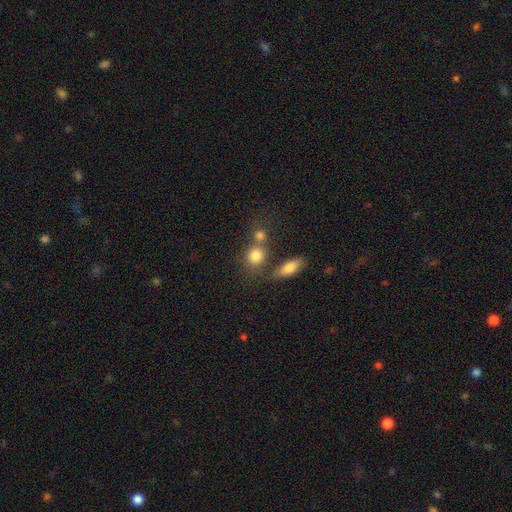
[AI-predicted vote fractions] The model was most divided on "merging": none: 50%, merger: 34%, minor disturbance: 11%, major disturbance: 5%. More confident: smooth or featured — smooth (82%); how rounded — round (68%).